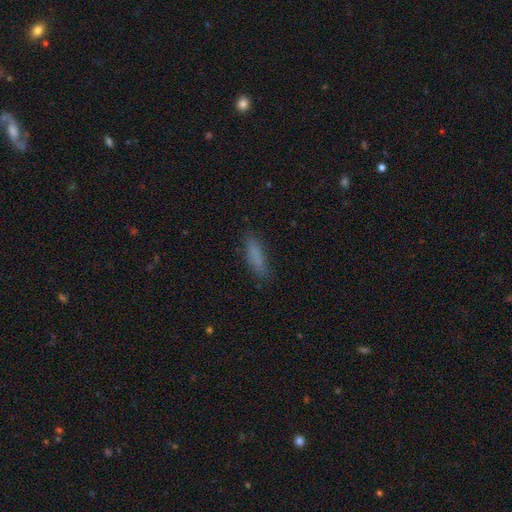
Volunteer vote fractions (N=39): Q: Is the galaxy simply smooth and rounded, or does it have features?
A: smooth — 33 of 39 (85%).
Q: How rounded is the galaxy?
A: cigar-shaped — 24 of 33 (73%).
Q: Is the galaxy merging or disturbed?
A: none — 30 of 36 (83%).